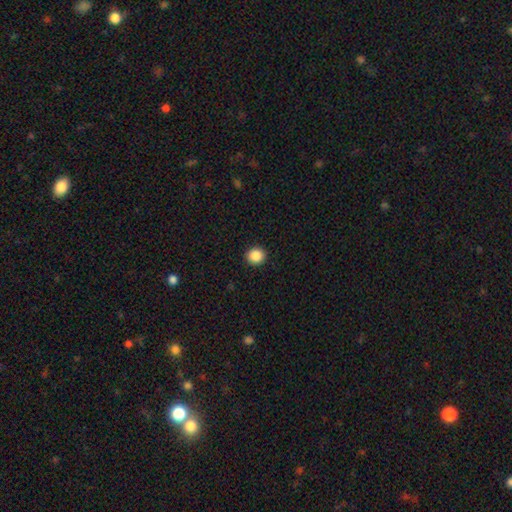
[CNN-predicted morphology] This is clearly a smooth galaxy (87%). How rounded: clearly round (87%). Merging: clearly none (92%).